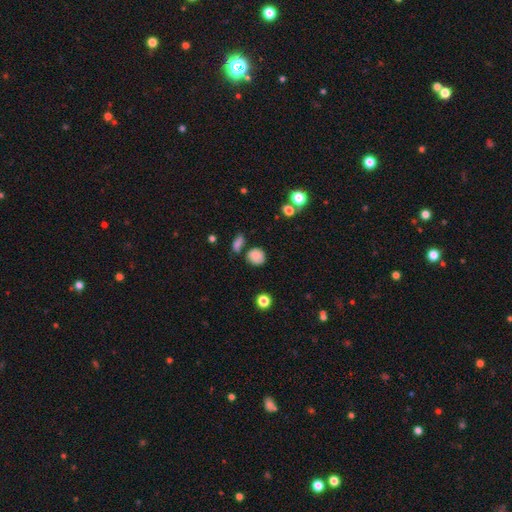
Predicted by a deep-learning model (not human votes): Smooth or featured? smooth (80%)
How rounded? round (75%)
Merging? none (66%)